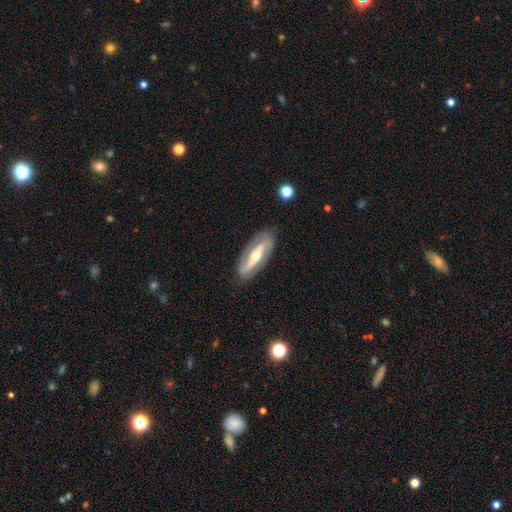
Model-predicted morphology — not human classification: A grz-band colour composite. It shows a featured or disk galaxy (79%) with a strong bar (51%), 2 (85%) medium (38%) spiral arms (79%) and a moderate central bulge (64%). Merging: none (82%).